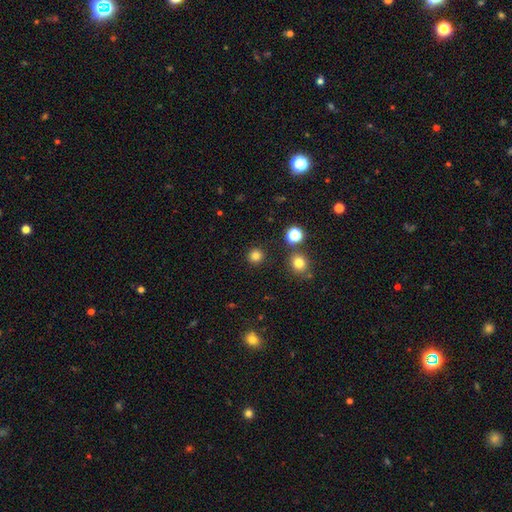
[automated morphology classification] A smooth galaxy with no disk features (81%) that is round (94%).

Vote fractions:
- Smooth or featured? smooth: 81% / star or artifact: 15% / featured or disk: 4%
- How rounded? round: 94% / in between: 5% / cigar-shaped: 1%
- Merging? none: 90% / minor disturbance: 5% / merger: 2% / major disturbance: 2%